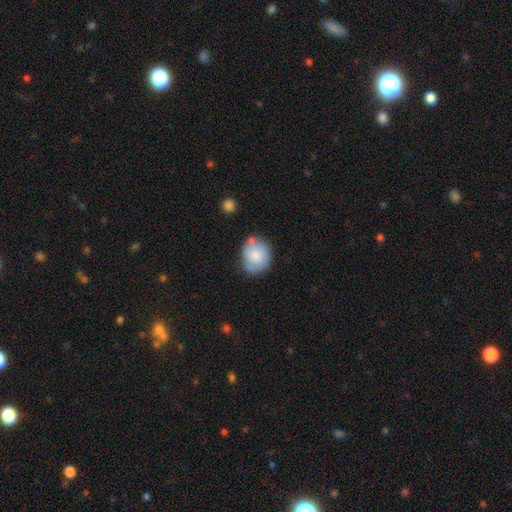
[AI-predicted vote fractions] Morphology: type=smooth (72%); roundness=round (68%); merging=none (58%).